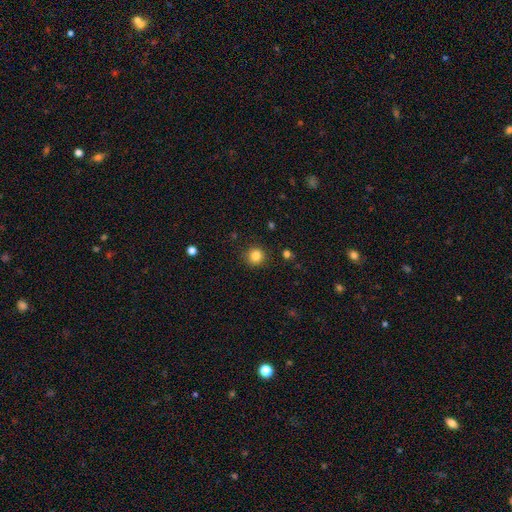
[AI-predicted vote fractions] smooth 85%, star or artifact 12%, featured or disk 4%. Down the decision tree: how rounded — round (92%); merging — none (89%).